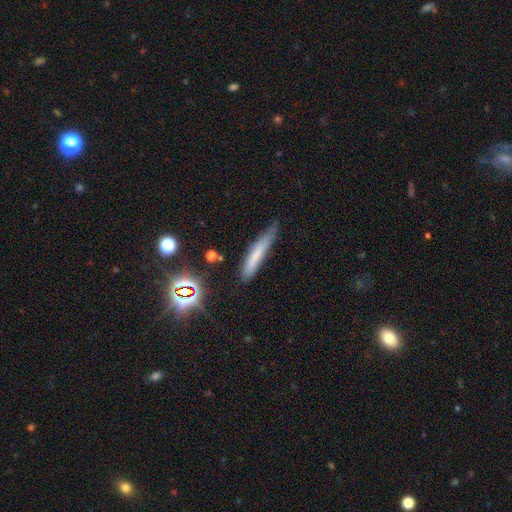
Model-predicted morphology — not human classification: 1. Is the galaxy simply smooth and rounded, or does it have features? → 63% smooth, 23% featured or disk, 14% star or artifact.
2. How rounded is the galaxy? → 90% cigar-shaped, 8% in between, 2% round.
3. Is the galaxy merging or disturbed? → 63% none, 28% minor disturbance, 7% major disturbance, 3% merger.